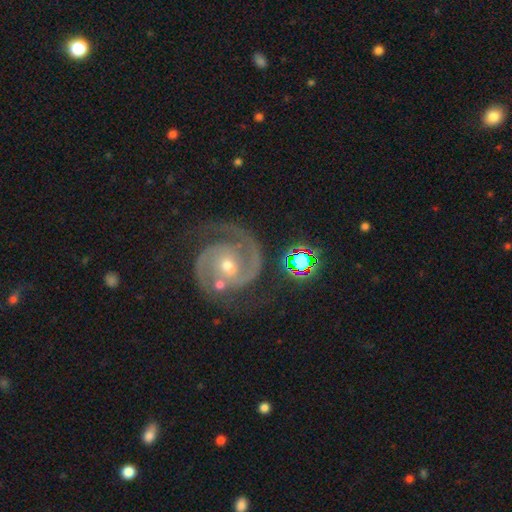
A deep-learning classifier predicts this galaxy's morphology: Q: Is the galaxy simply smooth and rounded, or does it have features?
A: featured or disk — 91%.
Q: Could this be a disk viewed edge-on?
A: no — 98%.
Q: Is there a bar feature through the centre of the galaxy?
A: no — 53%.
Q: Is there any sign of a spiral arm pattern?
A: yes — 99%.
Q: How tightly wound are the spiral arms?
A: tight — 51%.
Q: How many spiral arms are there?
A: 2 — 89%.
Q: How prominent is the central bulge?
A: small — 49%.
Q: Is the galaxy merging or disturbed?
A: none — 72%.